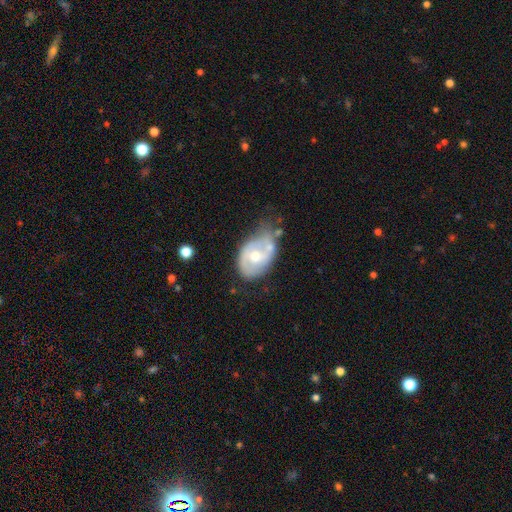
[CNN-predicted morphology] The model was most divided on "merging" (2-way tie): minor disturbance: 35%, none: 35%, major disturbance: 16%, merger: 13%. More confident: edge-on disk — no (95%); bulge size — moderate (69%); bar — no (64%); smooth or featured — featured or disk (59%); spiral arms — yes (53%).